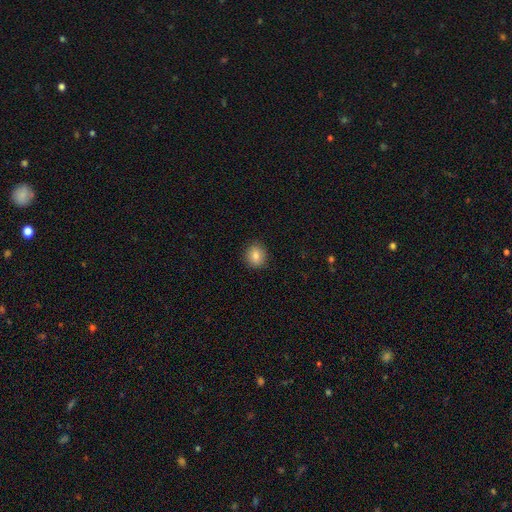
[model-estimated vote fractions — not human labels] Morphology: type=smooth (82%); roundness=round (71%); merging=none (89%).